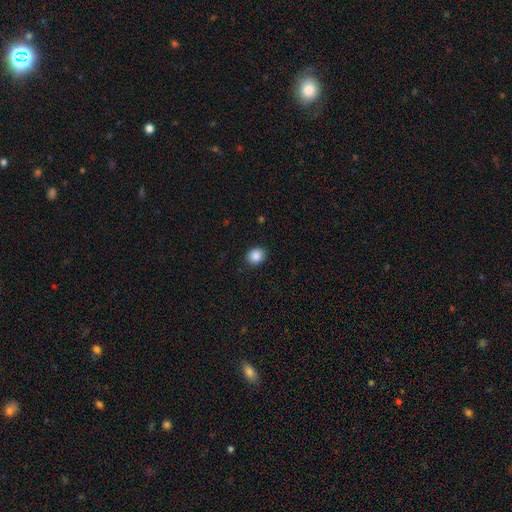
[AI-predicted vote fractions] Q: Smooth or featured?
A: smooth (87%); runner-up: star or artifact (9%)
Q: How rounded?
A: round (72%); runner-up: in between (27%)
Q: Merging?
A: none (90%); runner-up: minor disturbance (7%)